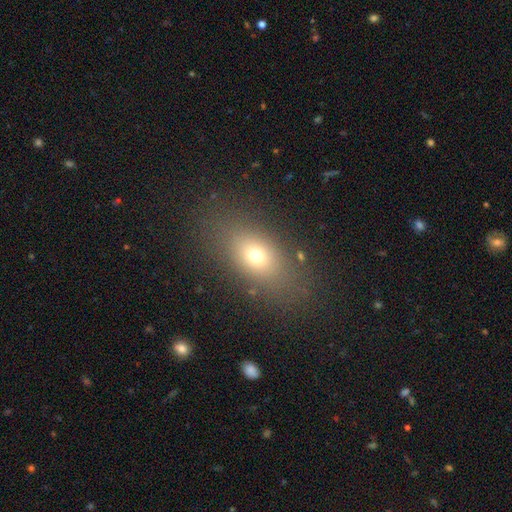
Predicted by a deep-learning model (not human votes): Smooth or featured? smooth (68%)
How rounded? in between (76%)
Merging? none (82%)